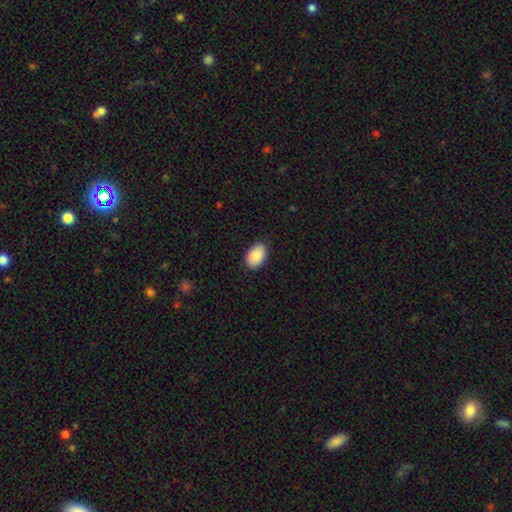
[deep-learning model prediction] This appears to be a smooth galaxy with no disk features (90%) that is in between round and cigar-shaped (93%). Merging: none (84%).